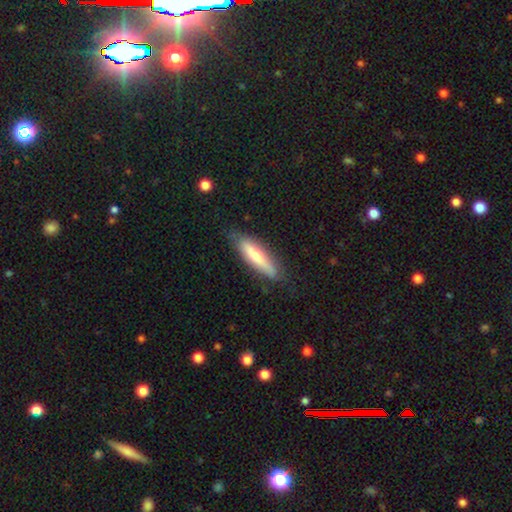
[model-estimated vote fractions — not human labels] This appears to be a smooth galaxy with no disk features (60%) that is cigar-shaped (75%). Merging: none (77%).